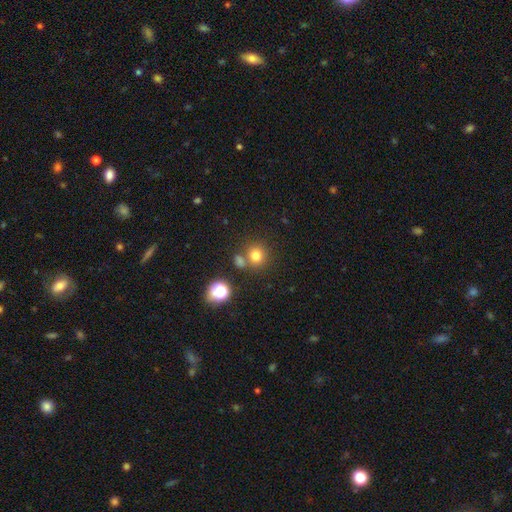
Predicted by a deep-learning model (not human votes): A smooth galaxy with no disk features (76%) that is round (87%). Merging: none (67%).